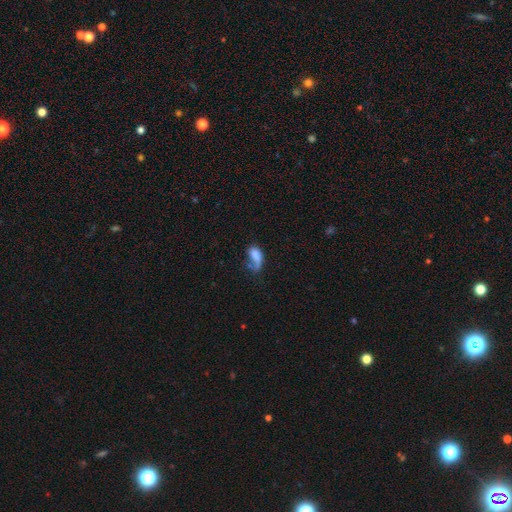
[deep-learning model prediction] This appears to be a smooth galaxy with no disk features (65%) that is in between round and cigar-shaped (85%). Merging: major disturbance (37%).